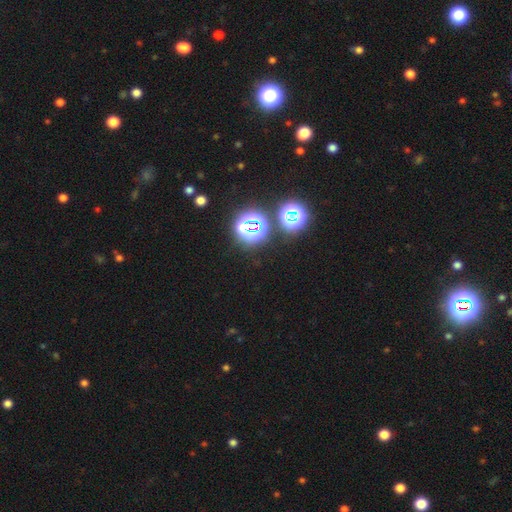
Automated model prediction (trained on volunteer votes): This appears to be a star or artifact, not a galaxy (79%).